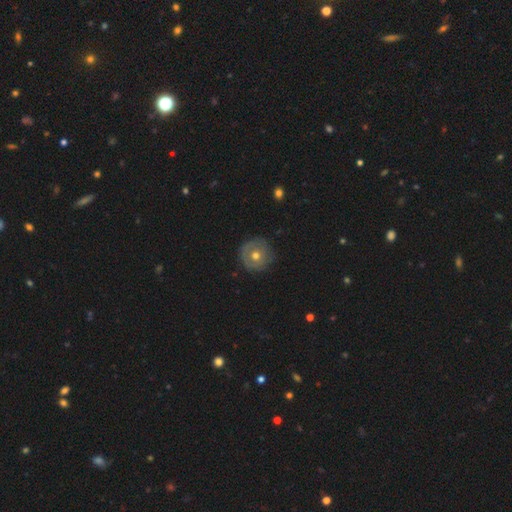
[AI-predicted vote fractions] A smooth galaxy with no disk features (49%). Merging: none (82%).